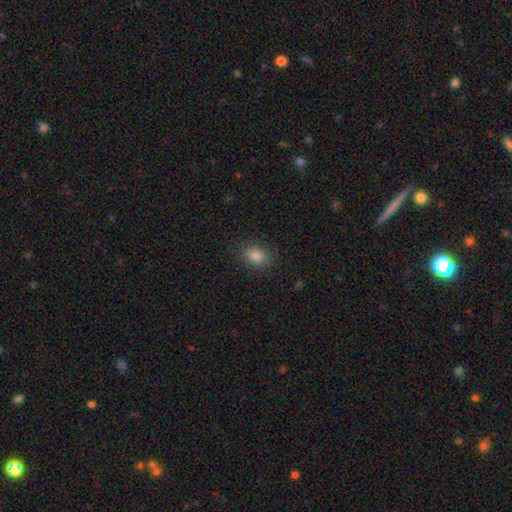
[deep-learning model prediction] Smooth or featured? Predicted: smooth (p=0.83). How rounded? Predicted: in between (p=0.57). Merging? Predicted: none (p=0.88).